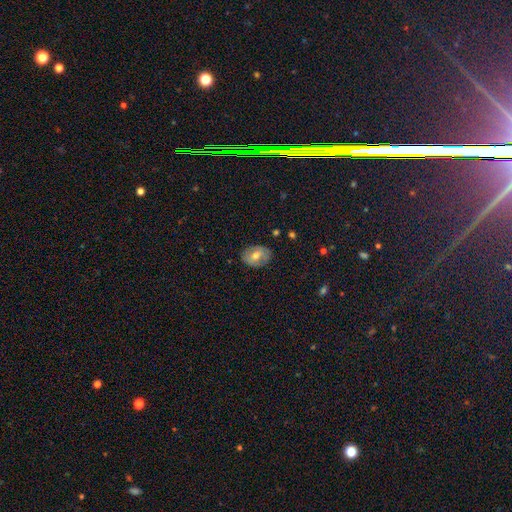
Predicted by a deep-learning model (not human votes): smooth 59%, featured or disk 33%, star or artifact 8%. Down the decision tree: how rounded — in between (70%); merging — none (81%).